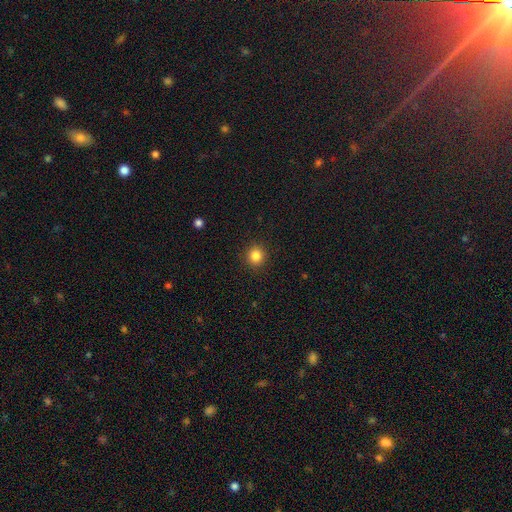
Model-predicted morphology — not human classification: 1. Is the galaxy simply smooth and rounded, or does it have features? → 84% smooth, 11% star or artifact, 4% featured or disk.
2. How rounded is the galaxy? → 92% round, 7% in between, 1% cigar-shaped.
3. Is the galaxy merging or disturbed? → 92% none, 5% minor disturbance, 2% major disturbance, 1% merger.